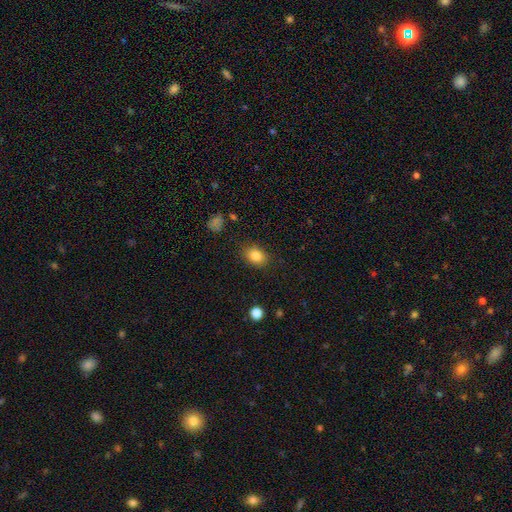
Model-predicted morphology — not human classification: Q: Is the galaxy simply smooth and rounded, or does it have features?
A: smooth — 84%.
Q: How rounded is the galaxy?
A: in between — 60%.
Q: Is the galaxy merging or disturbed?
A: none — 84%.